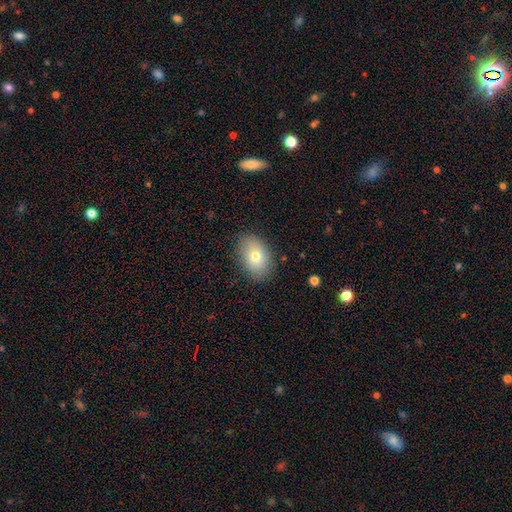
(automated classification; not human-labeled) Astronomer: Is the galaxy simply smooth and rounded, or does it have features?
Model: smooth — 76%.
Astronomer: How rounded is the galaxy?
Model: in between — 82%.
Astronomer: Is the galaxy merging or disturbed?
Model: none — 85%.